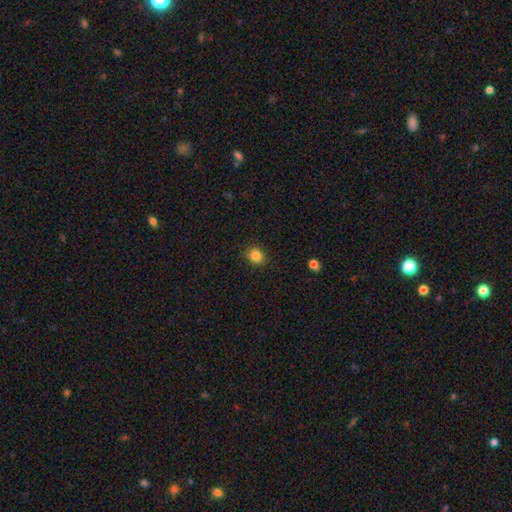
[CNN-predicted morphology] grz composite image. It shows a smooth galaxy with no disk features (84%) that is round (77%). Merging: none (88%).